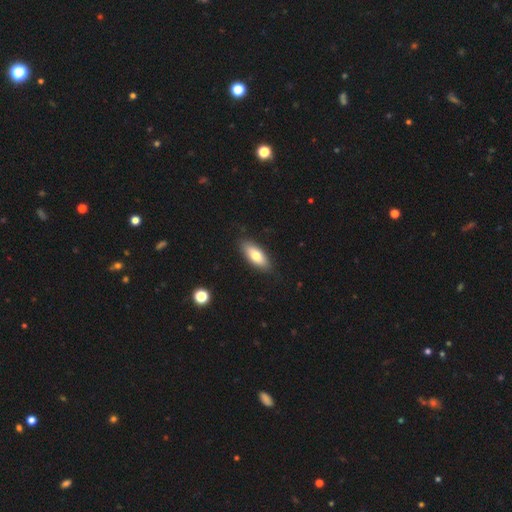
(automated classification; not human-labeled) This appears to be a smooth galaxy with no disk features (73%) that is in between round and cigar-shaped (80%). Merging: none (86%).